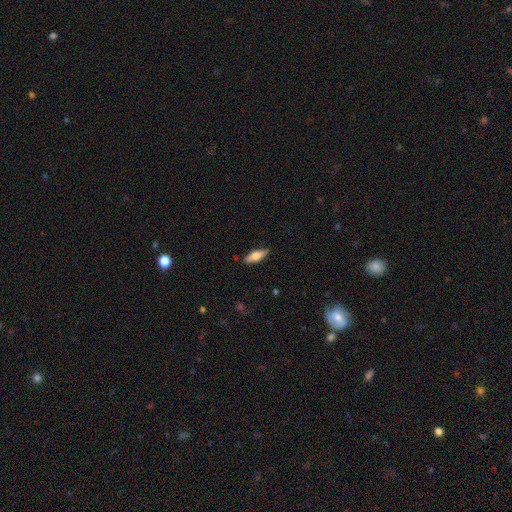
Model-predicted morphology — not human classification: type=smooth (67%); roundness=in between (55%); merging=none (87%).